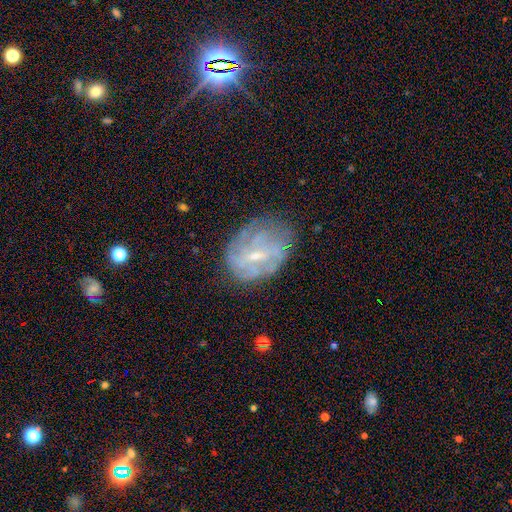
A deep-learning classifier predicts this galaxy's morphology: Smooth or featured? Predicted: featured or disk (p=0.67). Edge-on disk? Predicted: no (p=0.97). Bar? Predicted: weak (p=0.53). Spiral arms? Predicted: yes (p=0.66). Bulge size? Predicted: small (p=0.65). Merging? Predicted: none (p=0.66).